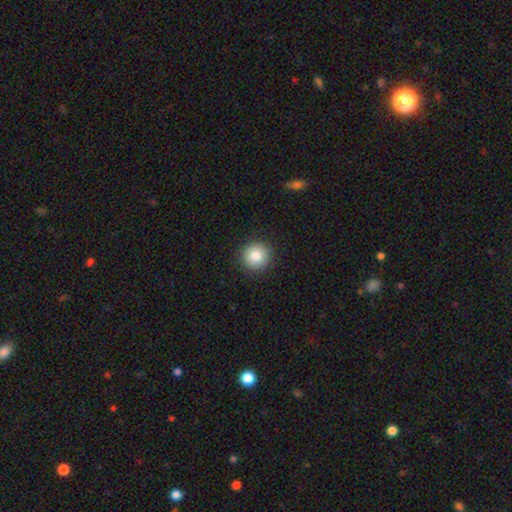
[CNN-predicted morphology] Smooth or featured? Predicted: smooth (p=0.83). How rounded? Predicted: round (p=0.95). Merging? Predicted: none (p=0.92).